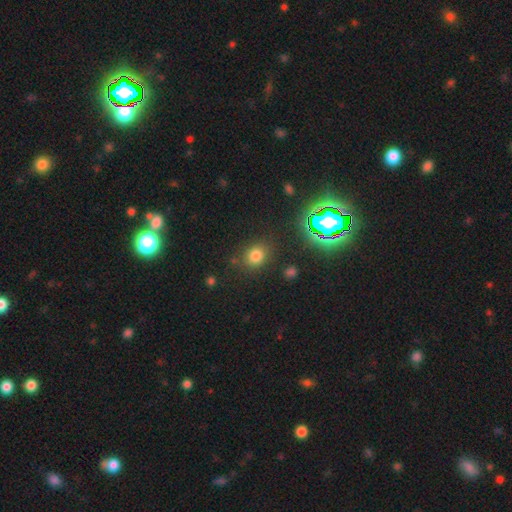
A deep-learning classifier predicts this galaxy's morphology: smooth-or-featured: smooth: 74% | star or artifact: 19% | featured or disk: 7%
  how-rounded: round: 66% | in between: 33% | cigar-shaped: 1%
  merging: none: 81% | minor disturbance: 11% | major disturbance: 4% | merger: 3%